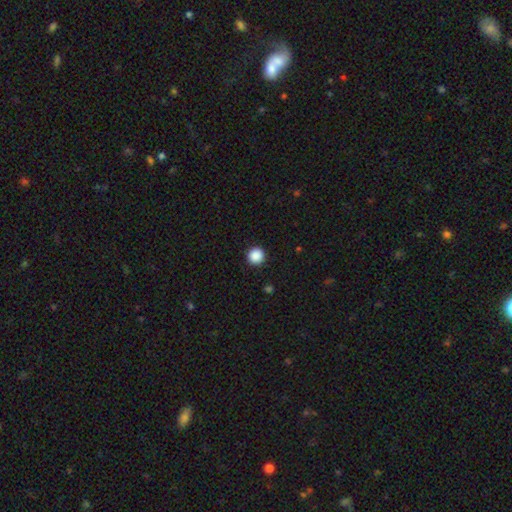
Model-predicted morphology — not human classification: Smooth or featured? Predicted: smooth (p=0.89). How rounded? Predicted: round (p=0.96). Merging? Predicted: none (p=0.93).